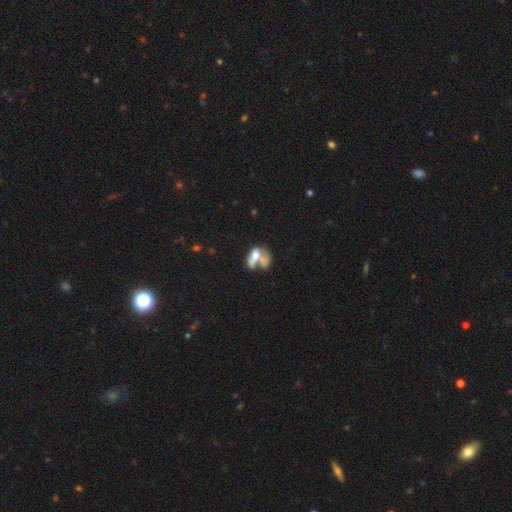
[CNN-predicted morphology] Smooth or featured? Predicted: smooth (p=0.50). How rounded? Predicted: in between (p=0.74). Merging? Predicted: merger (p=0.55).